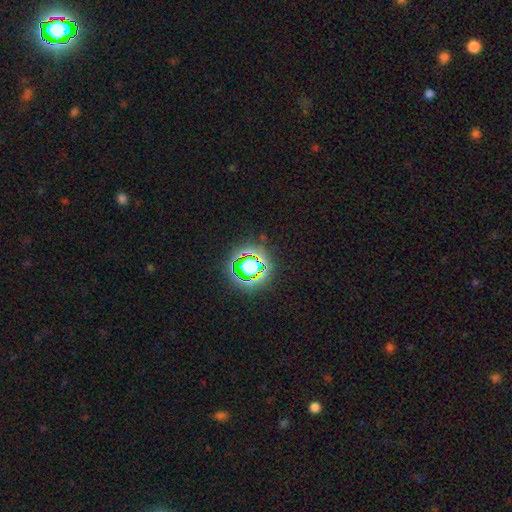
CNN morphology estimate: smooth_or_featured: star or artifact (p=0.75) [alt: smooth p=0.16]